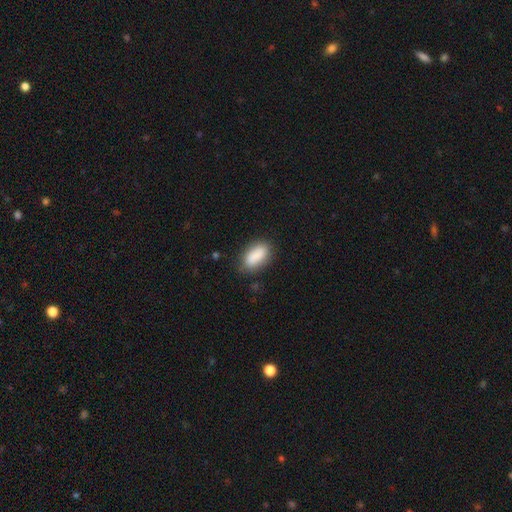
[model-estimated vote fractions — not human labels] The model was most divided on "merging": none: 78%, minor disturbance: 16%, major disturbance: 4%, merger: 2%. More confident: how rounded — in between (89%); smooth or featured — smooth (87%).